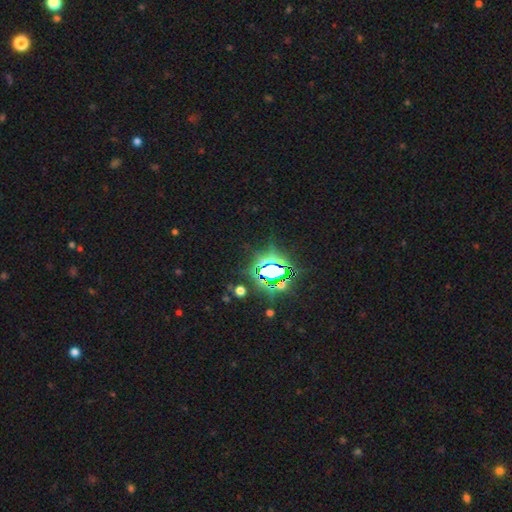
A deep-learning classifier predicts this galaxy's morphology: Smooth or featured? Predicted: star or artifact (p=0.83).